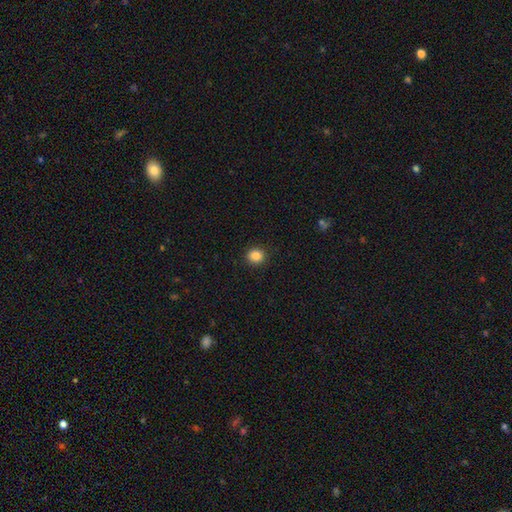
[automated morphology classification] smooth 85%, star or artifact 11%, featured or disk 4%. Down the decision tree: how rounded — round (84%); merging — none (92%).